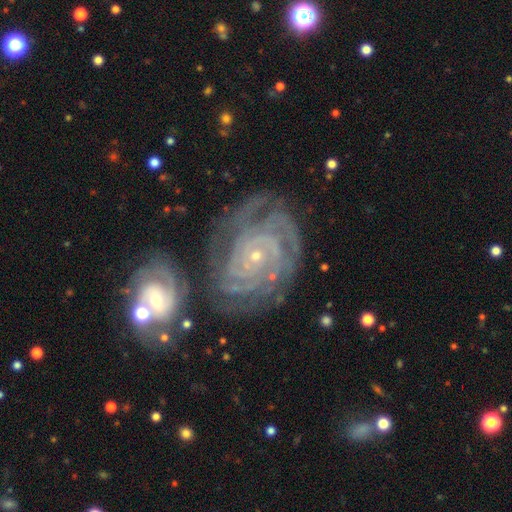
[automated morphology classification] Q: Smooth or featured?
A: featured or disk (89%); runner-up: star or artifact (6%)
Q: Edge-on disk?
A: no (97%); runner-up: yes (3%)
Q: Bar?
A: no (73%); runner-up: weak (18%)
Q: Spiral arms?
A: yes (98%); runner-up: no (2%)
Q: Spiral winding?
A: tight (82%); runner-up: medium (15%)
Q: Spiral arm count?
A: 4 (26%); runner-up: can't tell (21%)
Q: Bulge size?
A: small (86%); runner-up: moderate (10%)
Q: Merging?
A: none (62%); runner-up: minor disturbance (17%)